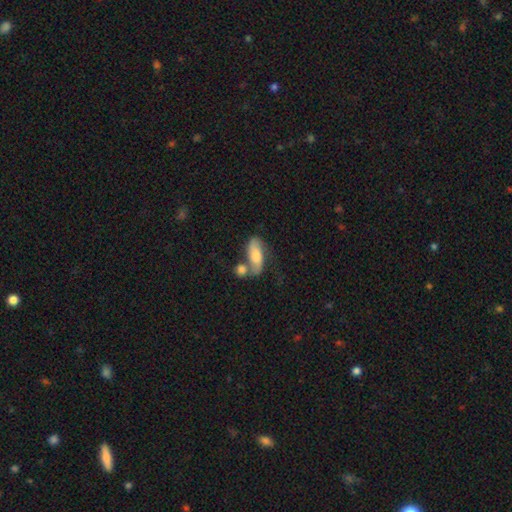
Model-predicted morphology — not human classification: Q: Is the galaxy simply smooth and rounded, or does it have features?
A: smooth — 60%.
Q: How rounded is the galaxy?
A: in between — 73%.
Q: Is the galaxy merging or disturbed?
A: none — 39%.